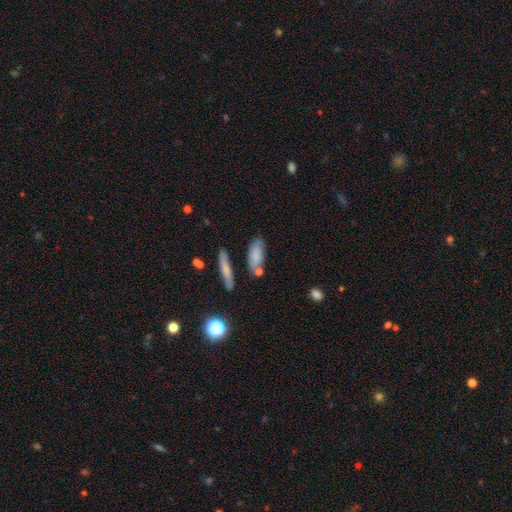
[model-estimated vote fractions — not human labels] Smooth or featured? smooth (75%)
How rounded? in between (71%)
Merging? none (63%)